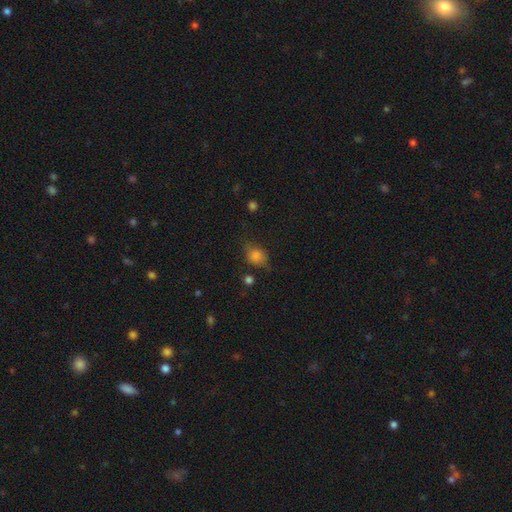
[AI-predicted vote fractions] Q: Smooth or featured?
A: smooth (78%); runner-up: star or artifact (13%)
Q: How rounded?
A: in between (59%); runner-up: round (40%)
Q: Merging?
A: none (62%); runner-up: minor disturbance (26%)